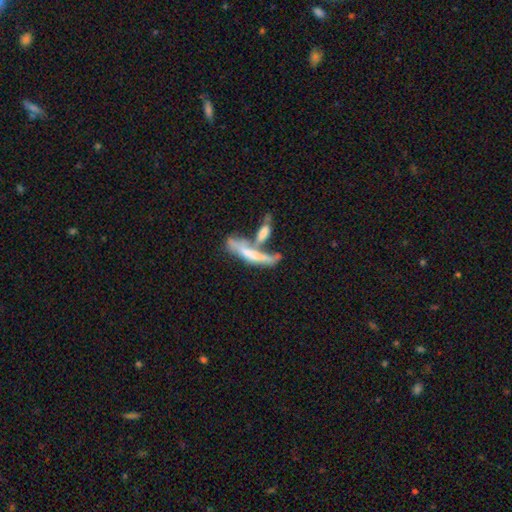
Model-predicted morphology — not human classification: Overall: smooth (46%, tied with featured or disk). Merging: merger (56%; none 22%).